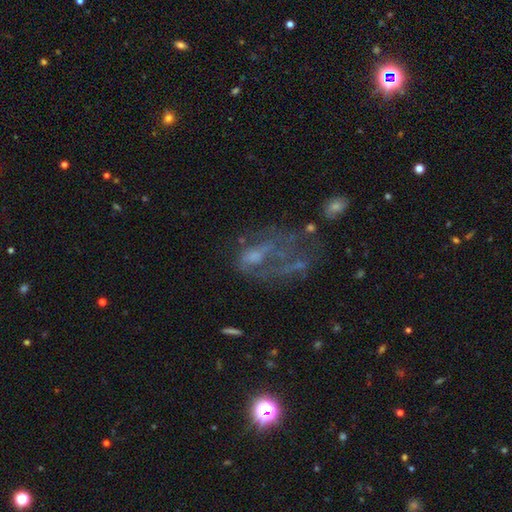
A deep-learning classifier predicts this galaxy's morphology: smooth-or-featured: featured or disk: 59% | smooth: 24% | star or artifact: 17%
  disk-edge-on: no: 96% | yes: 4%
    bar: no: 77% | weak: 18% | strong: 4%
    has-spiral-arms: no: 73% | yes: 27%
    bulge-size: none: 42% | small: 28% | moderate: 24% | large: 4% | dominant: 1%
  merging: major disturbance: 49% | none: 25% | minor disturbance: 15% | merger: 11%